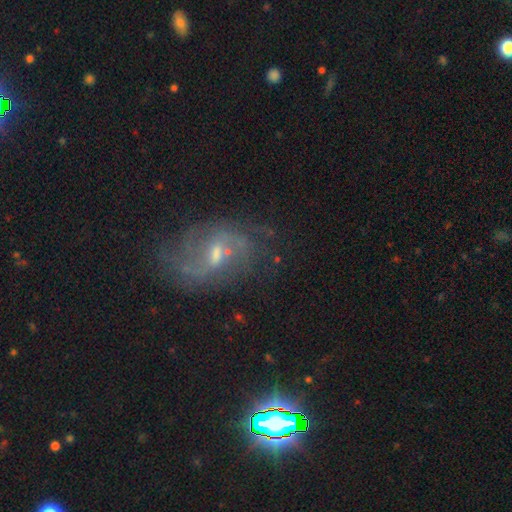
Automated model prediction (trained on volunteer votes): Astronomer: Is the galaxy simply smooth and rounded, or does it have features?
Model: featured or disk — 70%.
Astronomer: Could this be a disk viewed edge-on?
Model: no — 95%.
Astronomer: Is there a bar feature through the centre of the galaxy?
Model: weak — 53% (runner-up: no, 34%).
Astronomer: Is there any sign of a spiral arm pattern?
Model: yes — 89%.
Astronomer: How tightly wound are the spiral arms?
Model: loose — 39%, tied with medium at 39%.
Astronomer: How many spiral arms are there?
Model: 2 — 55%.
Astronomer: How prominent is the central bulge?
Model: small — 51% (runner-up: moderate, 42%).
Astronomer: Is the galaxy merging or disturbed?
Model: none — 69%.